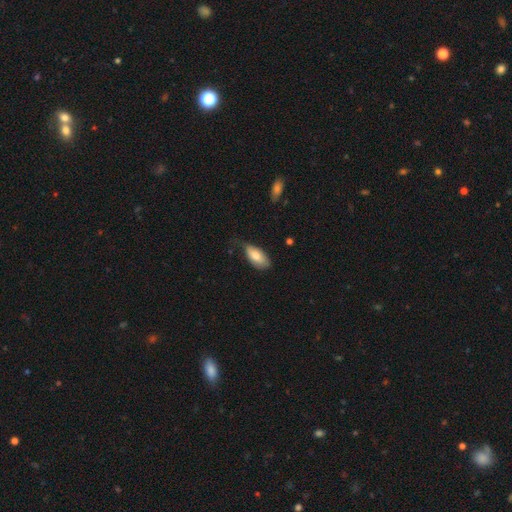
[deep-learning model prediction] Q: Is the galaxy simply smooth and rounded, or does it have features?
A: smooth — 79%.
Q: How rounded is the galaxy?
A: in between — 92%.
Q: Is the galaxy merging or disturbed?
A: none — 51%.